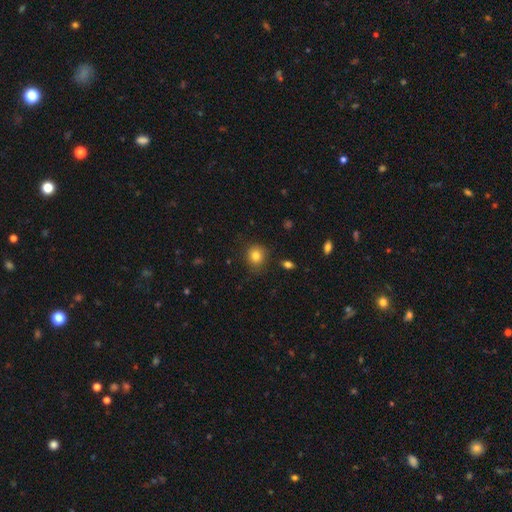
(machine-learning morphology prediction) This appears to be a smooth galaxy with no disk features (81%) that is round (84%). Merging: none (83%).